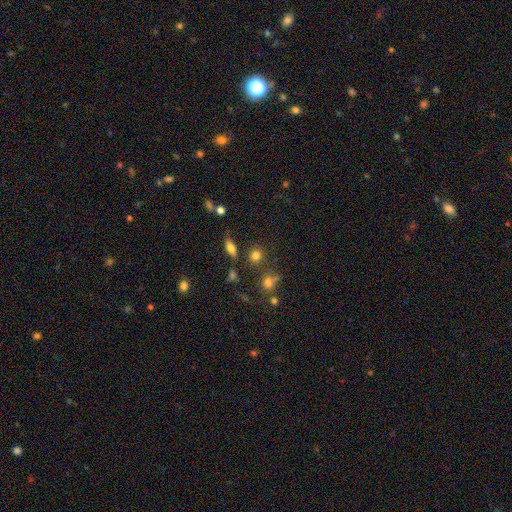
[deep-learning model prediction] A smooth galaxy with no disk features (76%) that is round (75%).

Vote fractions:
- Smooth or featured? smooth: 76% / star or artifact: 15% / featured or disk: 9%
- How rounded? round: 75% / in between: 23% / cigar-shaped: 3%
- Merging? none: 71% / minor disturbance: 13% / merger: 11% / major disturbance: 5%